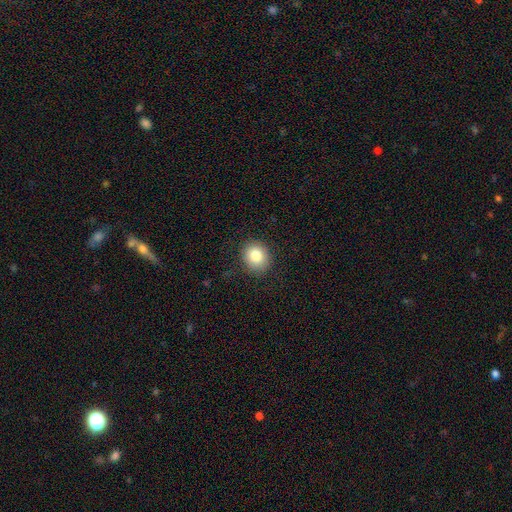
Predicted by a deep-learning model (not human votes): smooth-or-featured: smooth: 82% | star or artifact: 10% | featured or disk: 8%
  how-rounded: round: 73% | in between: 26% | cigar-shaped: 1%
  merging: none: 88% | minor disturbance: 9% | major disturbance: 3% | merger: 1%